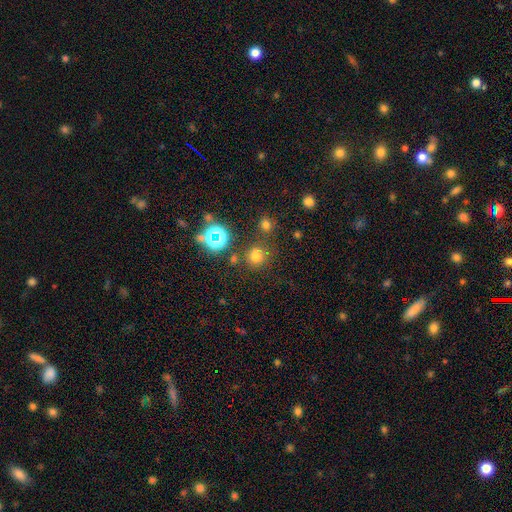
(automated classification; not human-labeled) smooth_or_featured: smooth (p=0.64) [alt: star or artifact p=0.29]
how_rounded: round (p=0.87) [alt: in between p=0.12]
merging: none (p=0.74) [alt: minor disturbance p=0.11]